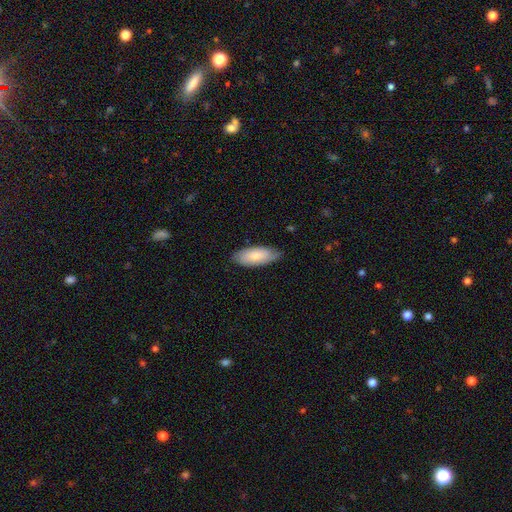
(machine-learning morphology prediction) smooth 75%, featured or disk 20%, star or artifact 5%. Down the decision tree: how rounded — in between (84%); merging — none (77%).